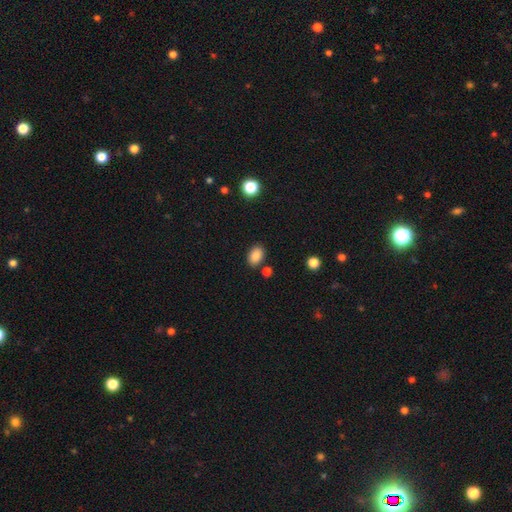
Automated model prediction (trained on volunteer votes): smooth-or-featured: smooth: 87% | star or artifact: 9% | featured or disk: 5%
  how-rounded: in between: 85% | round: 14% | cigar-shaped: 1%
  merging: none: 82% | minor disturbance: 10% | merger: 5% | major disturbance: 3%